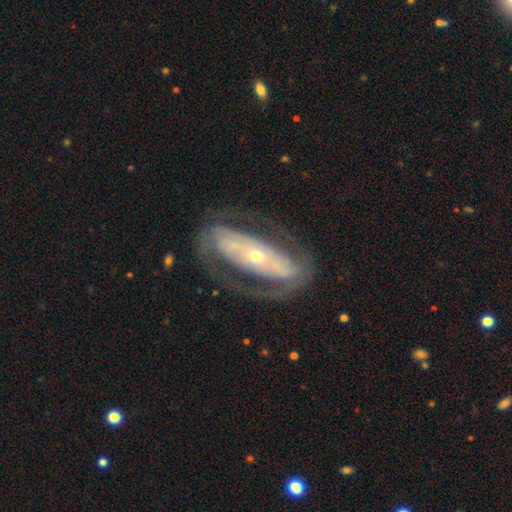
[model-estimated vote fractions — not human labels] smooth-or-featured: featured or disk: 80% | smooth: 15% | star or artifact: 6%
  disk-edge-on: no: 87% | yes: 13%
    bar: no: 43% | strong: 39% | weak: 17%
    has-spiral-arms: yes: 64% | no: 36%
    bulge-size: small: 62% | moderate: 32% | large: 3% | dominant: 1% | none: 1%
  merging: none: 69% | major disturbance: 15% | minor disturbance: 14% | merger: 2%